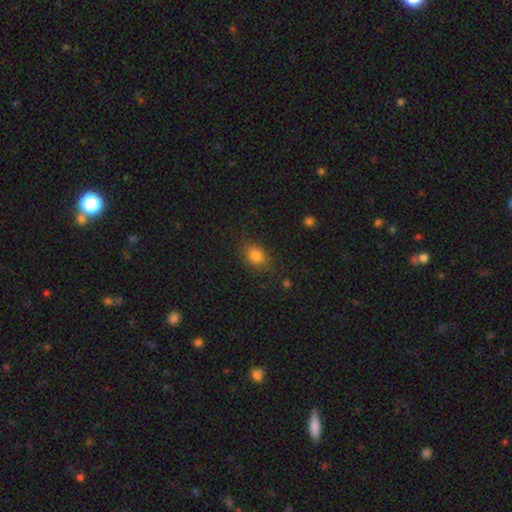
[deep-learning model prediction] A smooth galaxy with no disk features (83%) that is in between round and cigar-shaped (71%). Merging: none (78%).